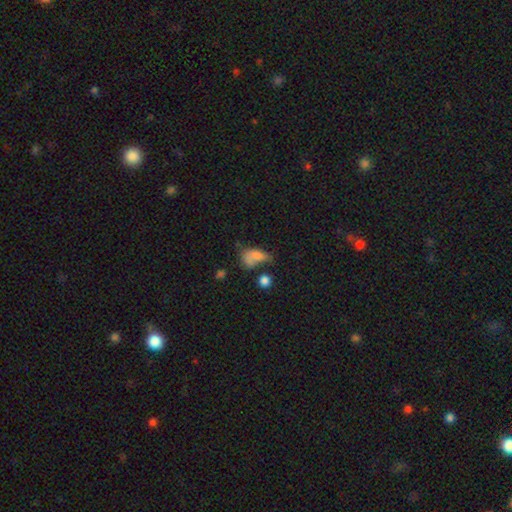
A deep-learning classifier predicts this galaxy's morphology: This is likely a smooth galaxy (70%). How rounded: likely in between (80%). Merging: marginally none (27%, tied with merger).